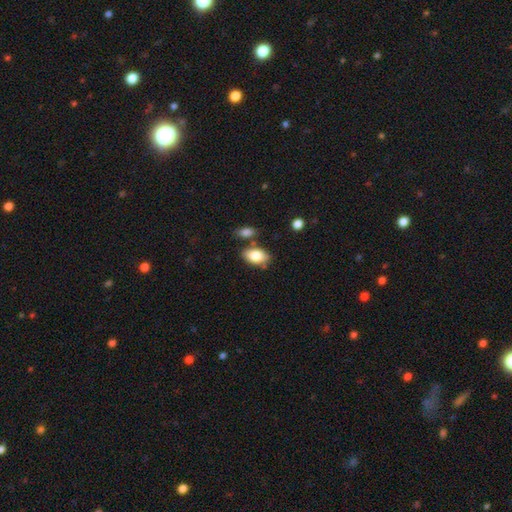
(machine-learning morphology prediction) The model was most divided on "merging": none: 70%, minor disturbance: 14%, merger: 13%, major disturbance: 3%. More confident: how rounded — in between (91%); smooth or featured — smooth (82%).